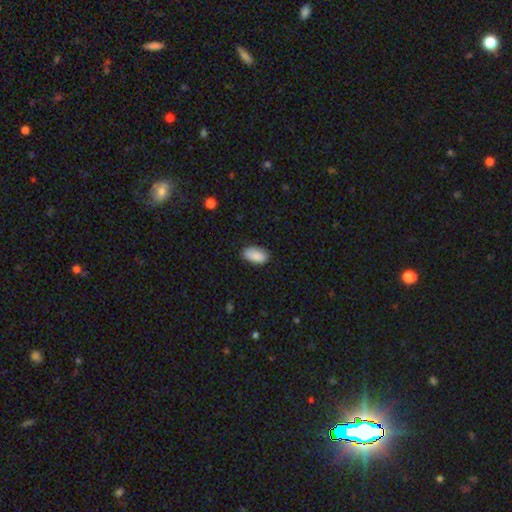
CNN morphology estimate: A smooth galaxy with no disk features (89%) that is in between round and cigar-shaped (94%). Merging: none (81%).